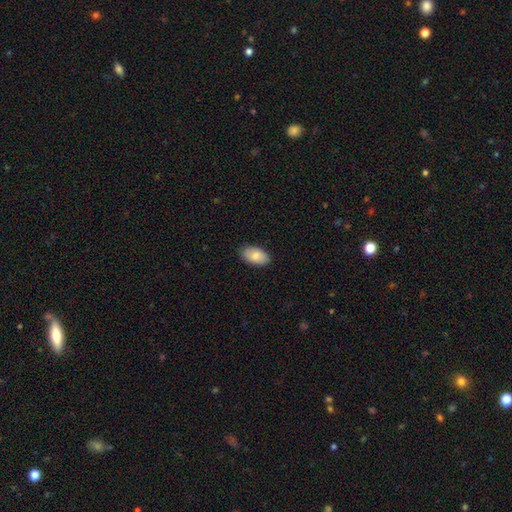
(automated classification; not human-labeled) Smooth or featured? smooth (82%)
How rounded? in between (94%)
Merging? none (88%)